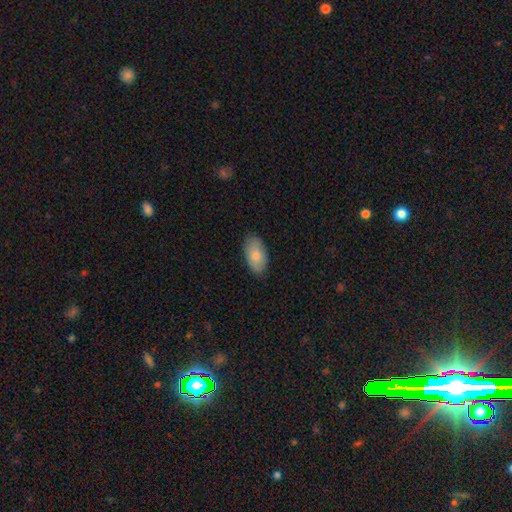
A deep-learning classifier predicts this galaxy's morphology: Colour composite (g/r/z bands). It shows a smooth galaxy with no disk features (81%) that is in between round and cigar-shaped (94%). Merging: none (83%).